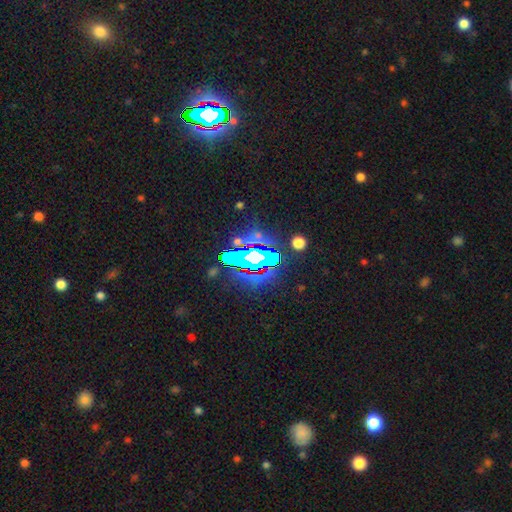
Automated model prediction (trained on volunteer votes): star or artifact 77%, featured or disk 12%, smooth 11%.